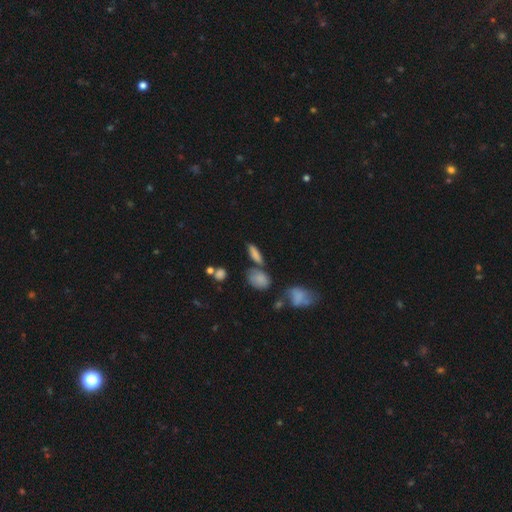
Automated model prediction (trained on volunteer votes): Smooth or featured: smooth — 70% (featured or disk — 16%)
How rounded: in between — 52% (cigar-shaped — 39%)
Merging: none — 61% (merger — 18%)